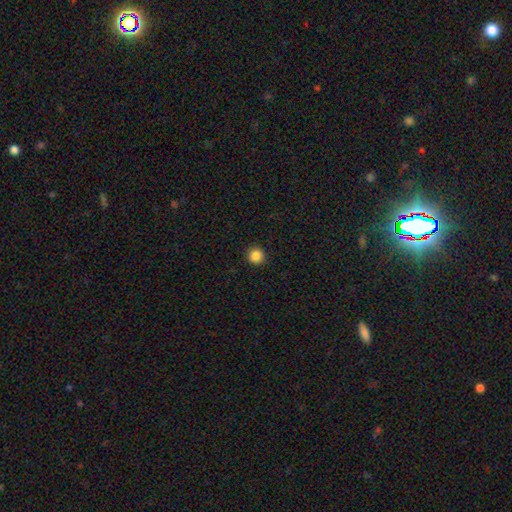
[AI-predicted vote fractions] This is clearly a smooth galaxy (86%). How rounded: clearly round (94%). Merging: clearly none (92%).